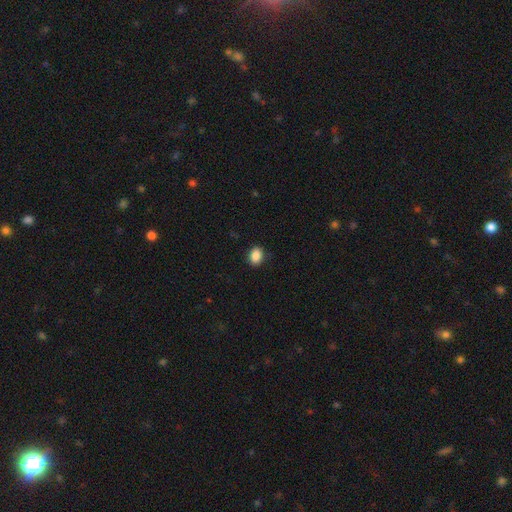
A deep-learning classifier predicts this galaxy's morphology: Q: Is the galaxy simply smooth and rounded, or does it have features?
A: smooth — 88%.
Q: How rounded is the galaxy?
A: in between — 68%.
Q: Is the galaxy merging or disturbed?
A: none — 88%.